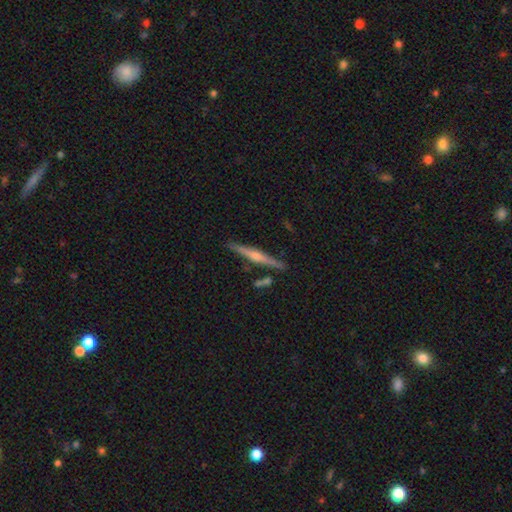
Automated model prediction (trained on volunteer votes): This appears to be a featured or disk galaxy (77%) viewed edge-on (97%) with a rounded central bulge (83%). Merging: none (86%).